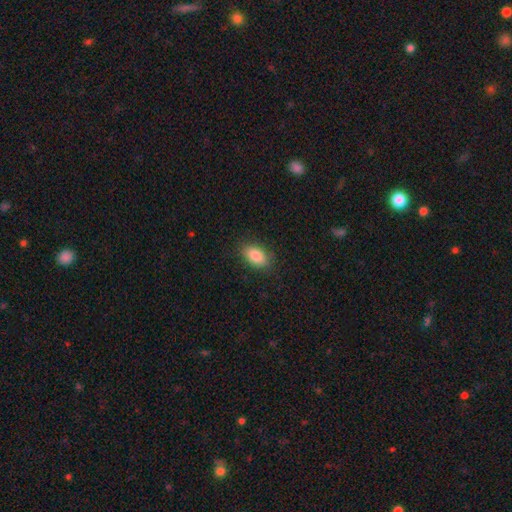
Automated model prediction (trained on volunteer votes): Smooth or featured? Predicted: smooth (p=0.86). How rounded? Predicted: in between (p=0.90). Merging? Predicted: none (p=0.86).